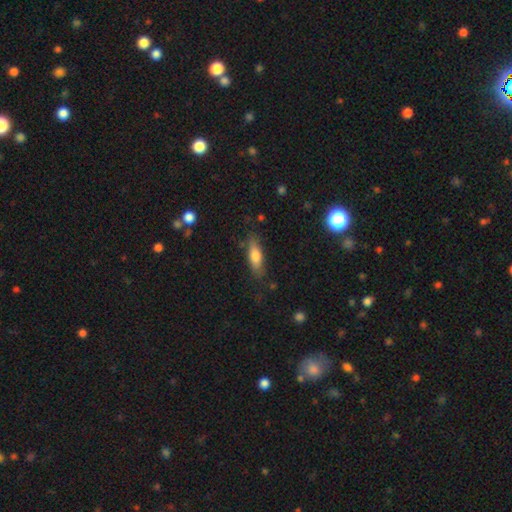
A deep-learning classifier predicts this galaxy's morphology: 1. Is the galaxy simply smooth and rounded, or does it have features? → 71% smooth, 22% featured or disk, 7% star or artifact.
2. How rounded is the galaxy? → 56% in between, 41% cigar-shaped, 3% round.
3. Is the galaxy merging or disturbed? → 76% none, 17% minor disturbance, 5% major disturbance, 2% merger.